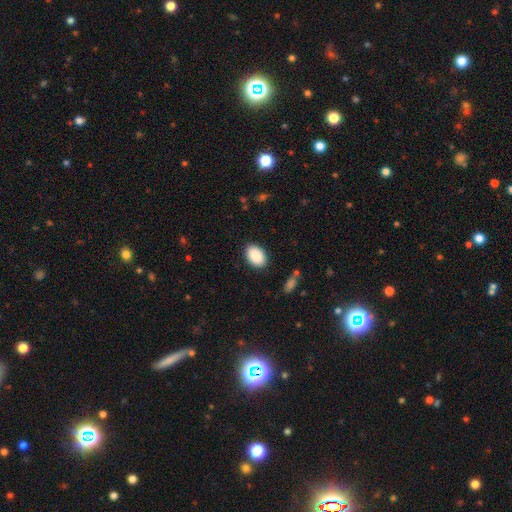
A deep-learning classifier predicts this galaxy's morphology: Smooth or featured?
  - smooth: 89% *
  - star or artifact: 7%
  - featured or disk: 5%
How rounded?
  - in between: 87% *
  - round: 11%
  - cigar-shaped: 1%
Merging?
  - none: 88% *
  - minor disturbance: 9%
  - major disturbance: 2%
  - merger: 1%